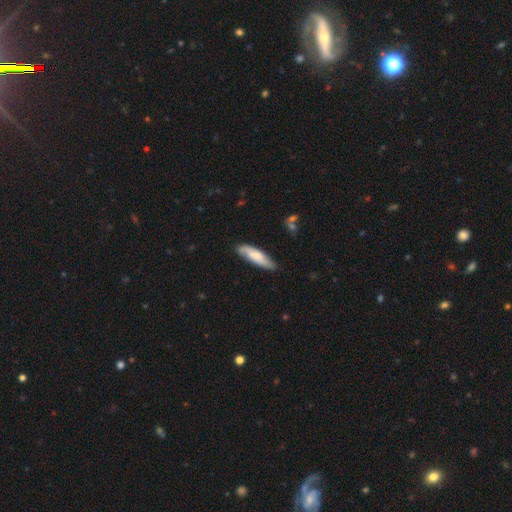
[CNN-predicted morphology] Overall: smooth (57%; featured or disk 37%). How rounded: cigar-shaped (57%; in between 42%). Merging: none (76%).